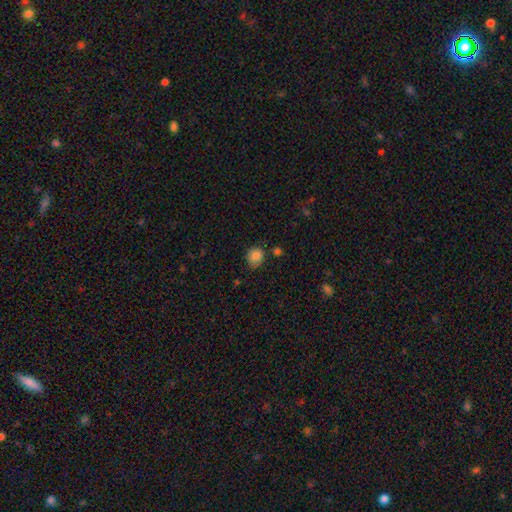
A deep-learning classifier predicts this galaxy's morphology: smooth-or-featured: smooth: 84% | star or artifact: 10% | featured or disk: 6%
  how-rounded: round: 66% | in between: 33% | cigar-shaped: 1%
  merging: none: 66% | minor disturbance: 25% | major disturbance: 5% | merger: 4%